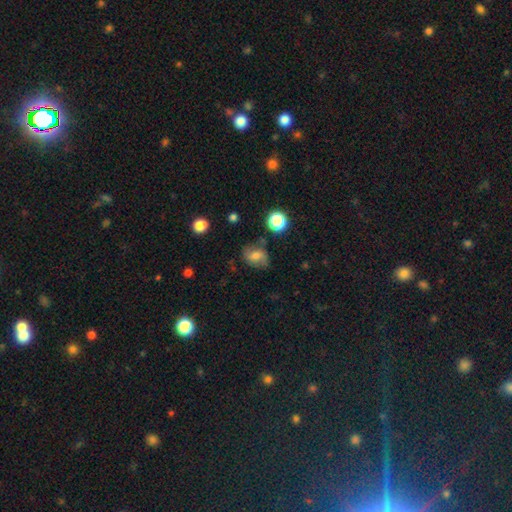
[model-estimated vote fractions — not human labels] Smooth or featured? smooth (58%)
How rounded? in between (56%)
Merging? none (69%)